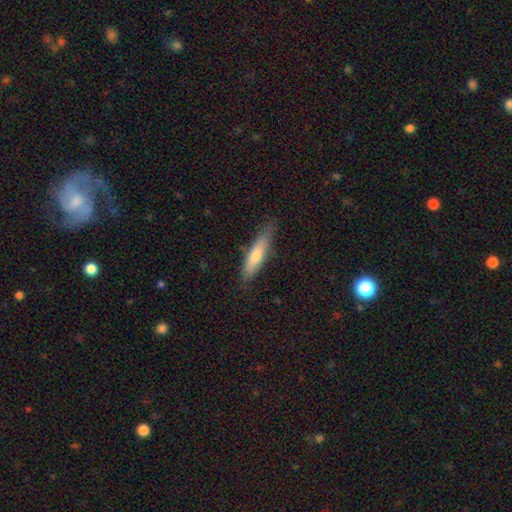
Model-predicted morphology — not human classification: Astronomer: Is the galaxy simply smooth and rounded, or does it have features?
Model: smooth — 63%.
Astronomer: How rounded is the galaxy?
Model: cigar-shaped — 77%.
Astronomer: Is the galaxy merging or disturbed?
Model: none — 79%.